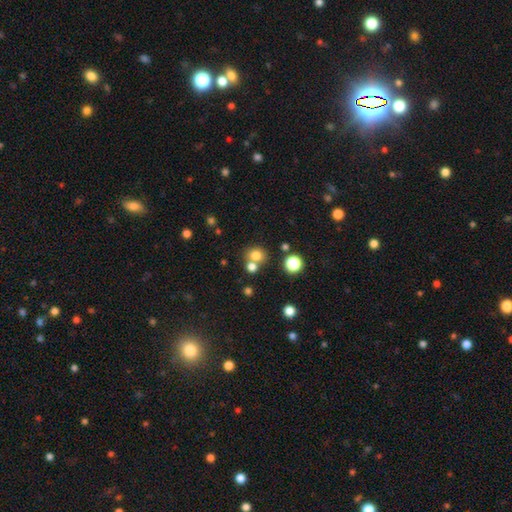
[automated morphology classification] Overall: smooth (77%). How rounded: round (76%). Merging: none (58%; merger 31%).